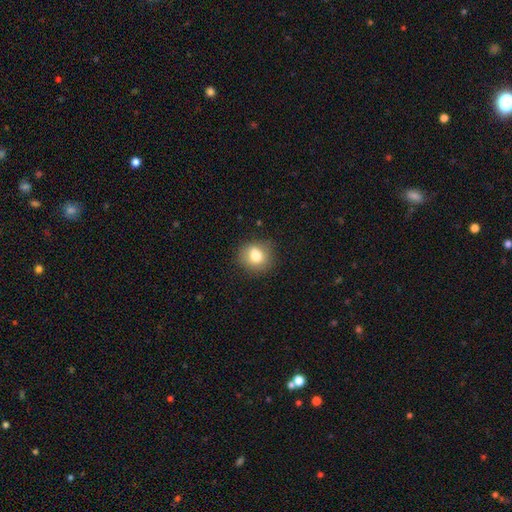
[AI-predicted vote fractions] Smooth or featured? Predicted: smooth (p=0.77). How rounded? Predicted: round (p=0.78). Merging? Predicted: none (p=0.81).